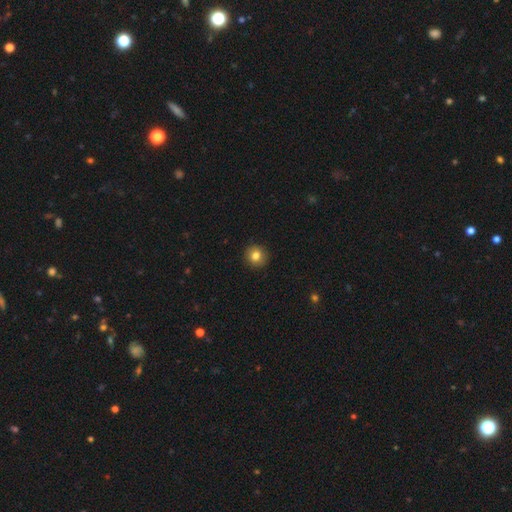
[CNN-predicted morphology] smooth_or_featured: smooth (p=0.82) [alt: star or artifact p=0.10]
how_rounded: round (p=0.91) [alt: in between p=0.08]
merging: none (p=0.92) [alt: minor disturbance p=0.05]